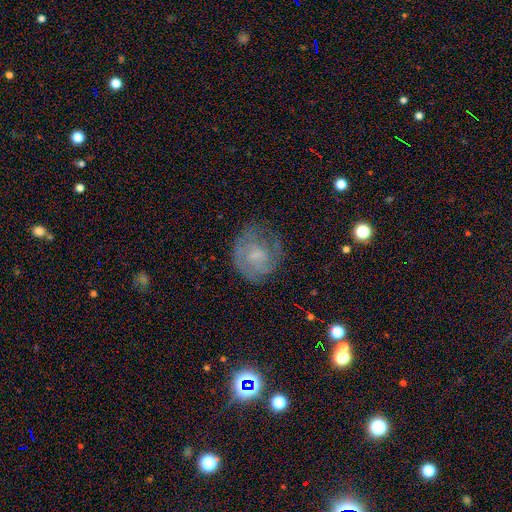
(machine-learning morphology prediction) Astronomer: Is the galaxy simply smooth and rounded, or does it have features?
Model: featured or disk — 56% (runner-up: smooth, 35%).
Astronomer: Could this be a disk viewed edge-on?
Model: no — 97%.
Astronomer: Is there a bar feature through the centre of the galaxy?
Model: no — 56% (runner-up: weak, 38%).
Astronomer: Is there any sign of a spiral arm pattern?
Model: yes — 73%.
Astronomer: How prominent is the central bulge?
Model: small — 38% (runner-up: none, 30%).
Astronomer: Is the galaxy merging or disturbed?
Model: none — 64%.